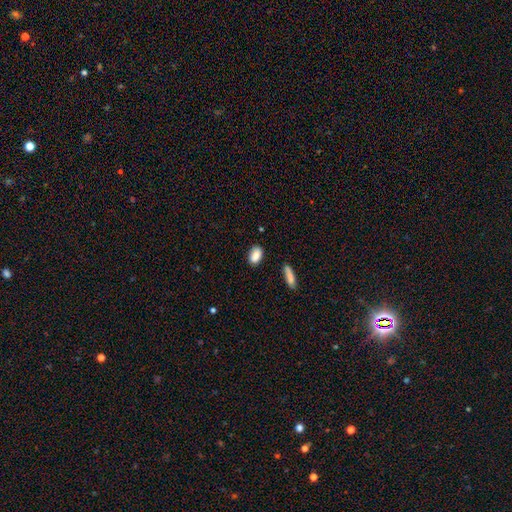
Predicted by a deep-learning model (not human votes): A smooth galaxy with no disk features (86%) that is in between round and cigar-shaped (89%). Merging: none (83%).